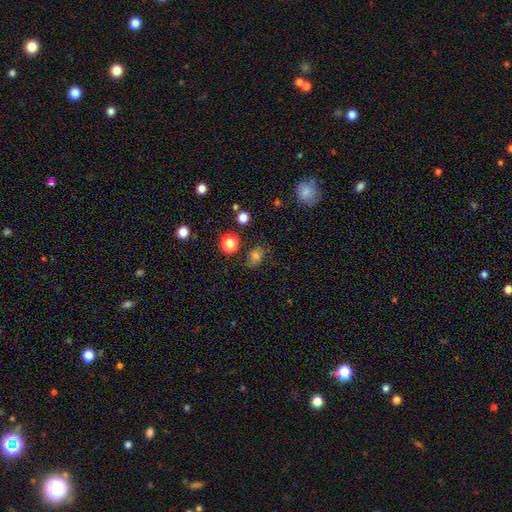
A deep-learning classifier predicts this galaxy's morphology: type=smooth (69%); roundness=in between (56%); merging=none (74%).